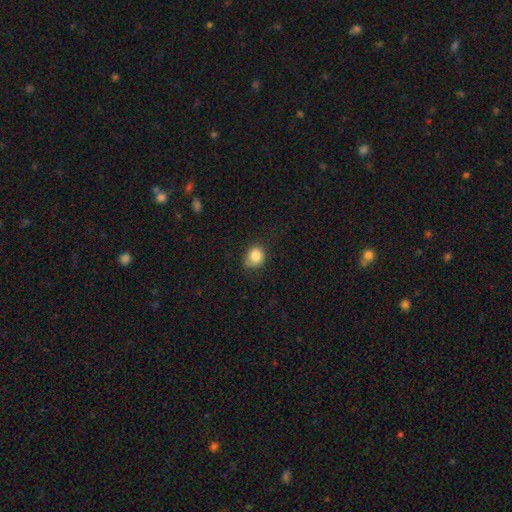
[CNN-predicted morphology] The model was most divided on "how rounded": round: 73%, in between: 26%, cigar-shaped: 1%. More confident: smooth or featured — smooth (86%); merging — none (70%).